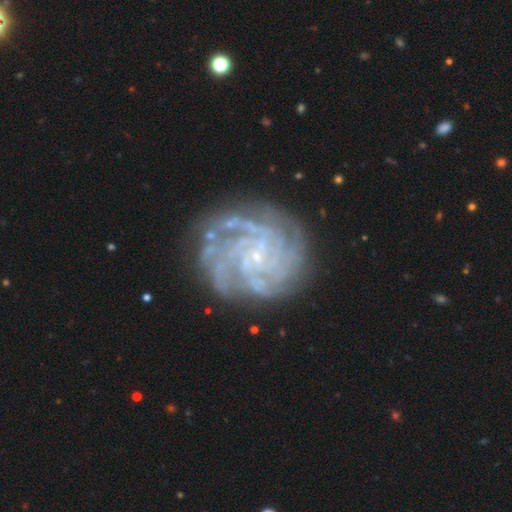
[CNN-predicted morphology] A featured or disk galaxy (88%) with no bar (63%), 4 (27%) tight (69%) spiral arms (97%) and a small central bulge (83%). Merging: none (74%).